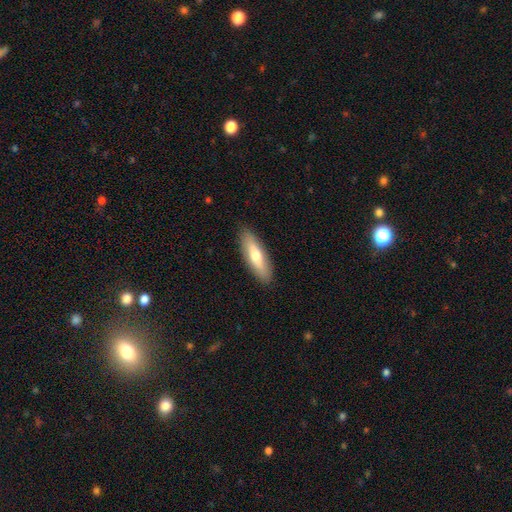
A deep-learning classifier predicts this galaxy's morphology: type=smooth (63%); roundness=cigar-shaped (55%); merging=none (88%).